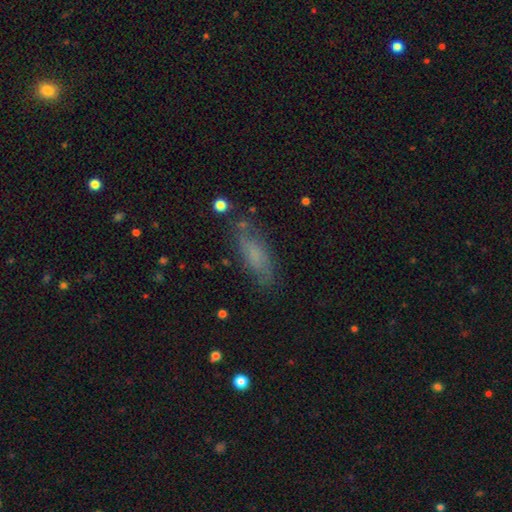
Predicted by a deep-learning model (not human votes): This is possibly a smooth galaxy (58%). How rounded: likely in between (61%). Merging: likely none (71%).